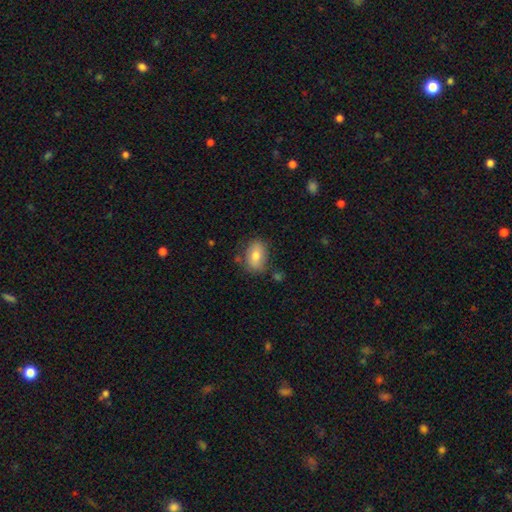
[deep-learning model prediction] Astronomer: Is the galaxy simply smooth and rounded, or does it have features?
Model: smooth — 76%.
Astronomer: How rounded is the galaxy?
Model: in between — 83%.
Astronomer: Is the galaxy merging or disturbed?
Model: none — 75%.